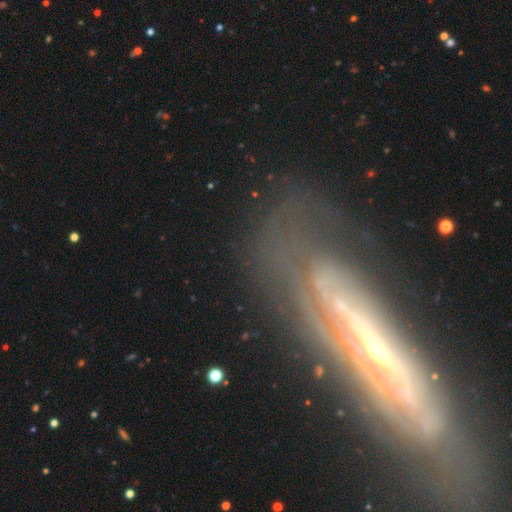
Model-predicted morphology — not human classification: smooth-or-featured: featured or disk: 78% | smooth: 12% | star or artifact: 10%
  disk-edge-on: no: 56% | yes: 44%
  merging: none: 66% | minor disturbance: 18% | major disturbance: 13% | merger: 3%